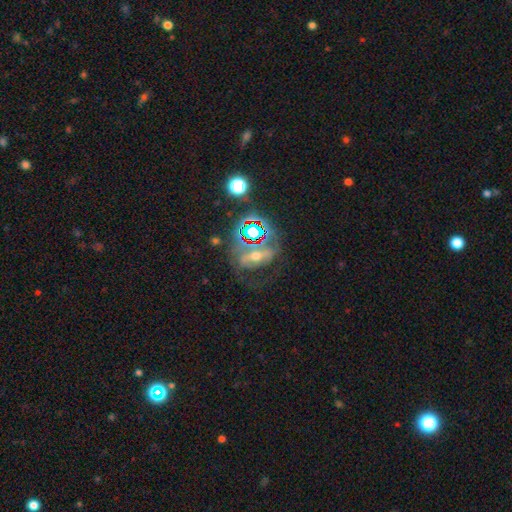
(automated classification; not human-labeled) Overall: featured or disk (51%; star or artifact 29%). Edge-on disk: no (86%). Merging: none (51%; major disturbance 22%).